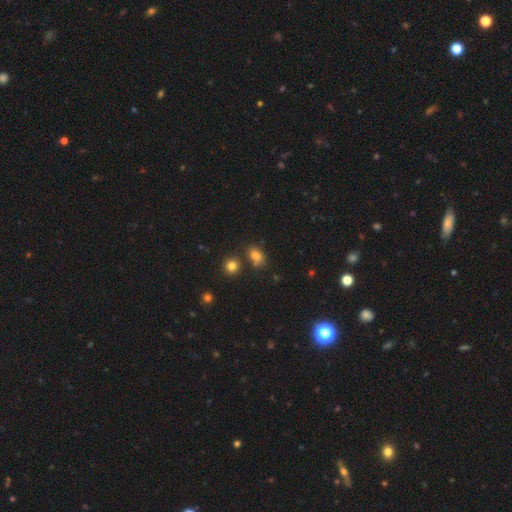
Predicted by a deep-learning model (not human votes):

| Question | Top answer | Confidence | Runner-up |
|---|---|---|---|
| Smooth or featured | smooth | 78% | star or artifact (14%) |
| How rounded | in between | 71% | round (27%) |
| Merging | none | 63% | minor disturbance (16%) |